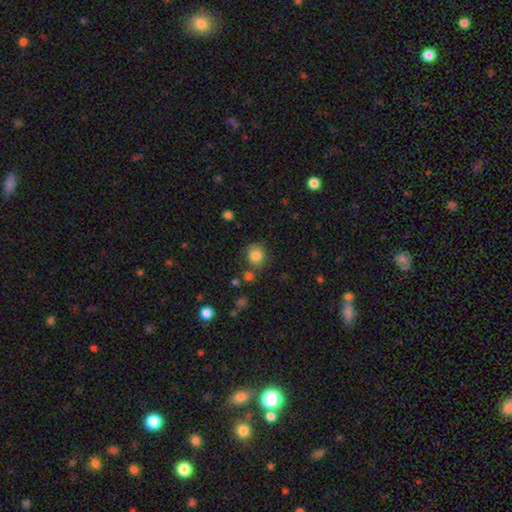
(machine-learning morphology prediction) Smooth or featured: smooth — 82% (star or artifact — 10%)
How rounded: round — 79% (in between — 20%)
Merging: none — 71% (minor disturbance — 17%)